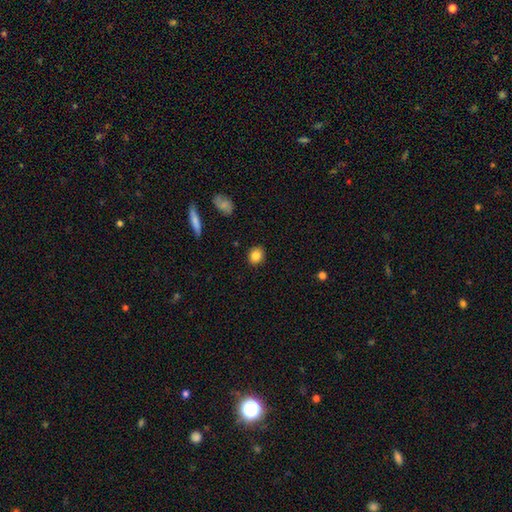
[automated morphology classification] type=smooth (84%); roundness=round (75%); merging=none (89%).